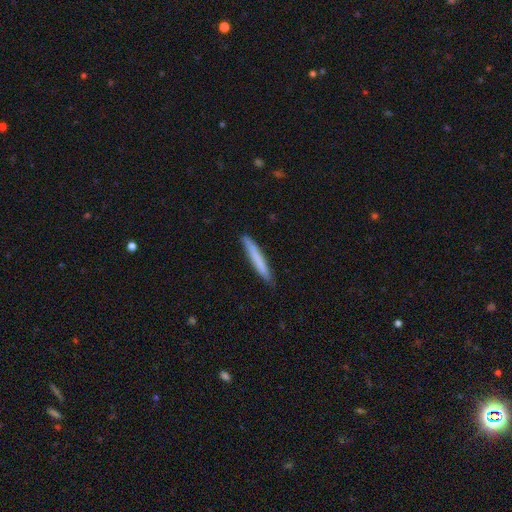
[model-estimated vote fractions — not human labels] This is likely a smooth galaxy (72%). How rounded: clearly cigar-shaped (97%). Merging: clearly none (89%).